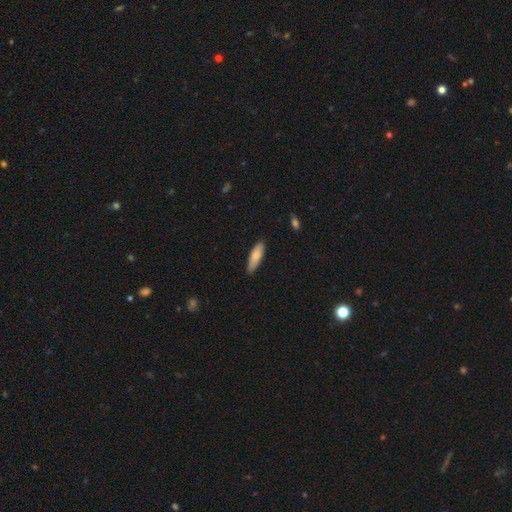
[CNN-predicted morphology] type=smooth (80%); roundness=cigar-shaped (52%); merging=none (84%).